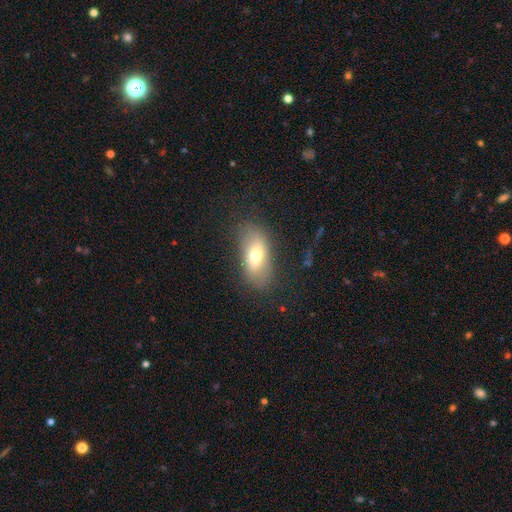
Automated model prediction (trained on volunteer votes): smooth-or-featured: smooth: 66% | featured or disk: 25% | star or artifact: 9%
  how-rounded: in between: 87% | cigar-shaped: 8% | round: 6%
  merging: none: 74% | minor disturbance: 17% | major disturbance: 8% | merger: 2%